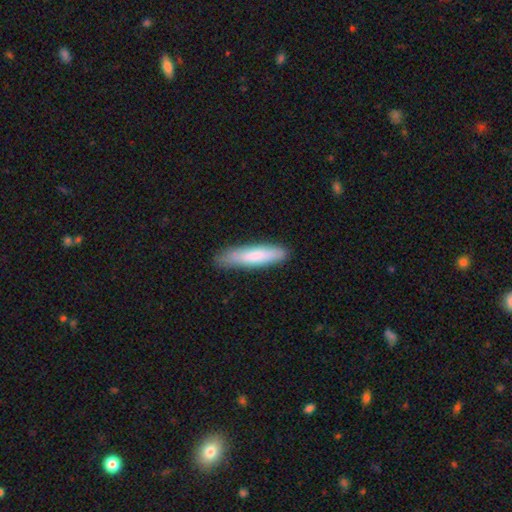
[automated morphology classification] type=smooth (79%); roundness=cigar-shaped (80%); merging=none (80%).